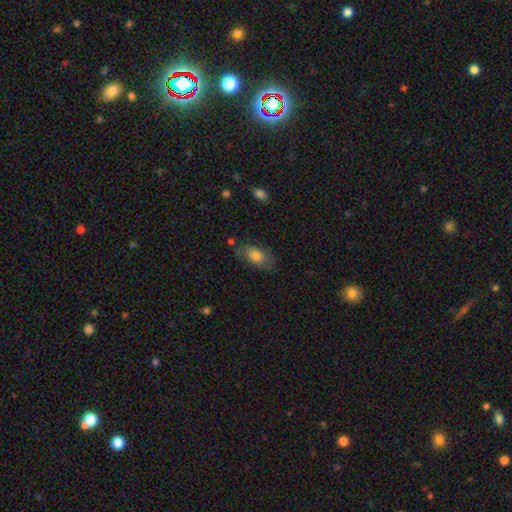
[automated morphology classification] The model was most divided on "merging": none: 68%, minor disturbance: 21%, major disturbance: 7%, merger: 4%. More confident: how rounded — in between (89%); smooth or featured — smooth (78%).